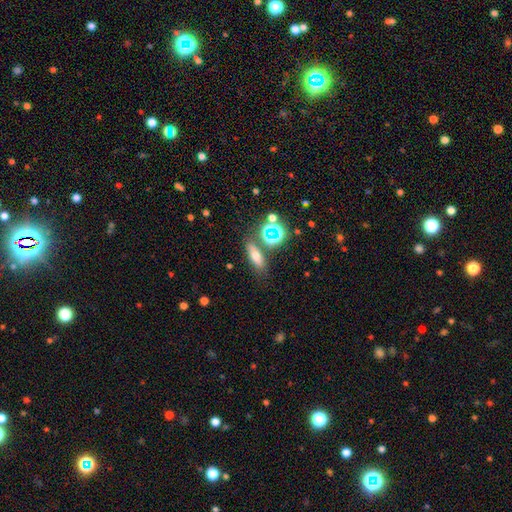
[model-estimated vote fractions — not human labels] Smooth or featured? smooth (57%)
How rounded? in between (54%)
Merging? none (73%)